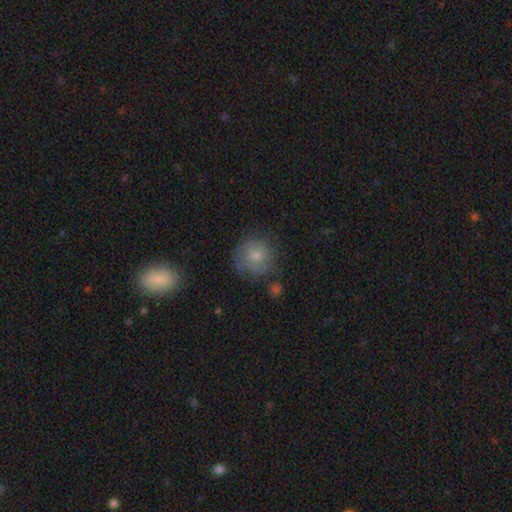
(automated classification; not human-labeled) A smooth galaxy with no disk features (67%) that is round (89%).

Vote fractions:
- Smooth or featured? smooth: 67% / featured or disk: 24% / star or artifact: 9%
- How rounded? round: 89% / in between: 10% / cigar-shaped: 1%
- Merging? none: 64% / minor disturbance: 22% / major disturbance: 9% / merger: 5%